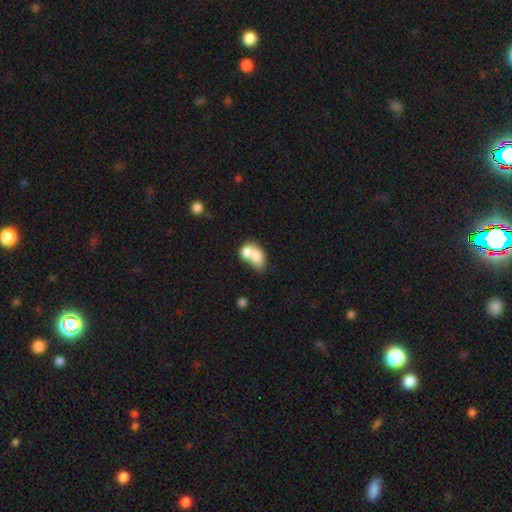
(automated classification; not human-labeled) This is likely a smooth galaxy (71%). How rounded: likely in between (74%). Merging: likely merger (71%).